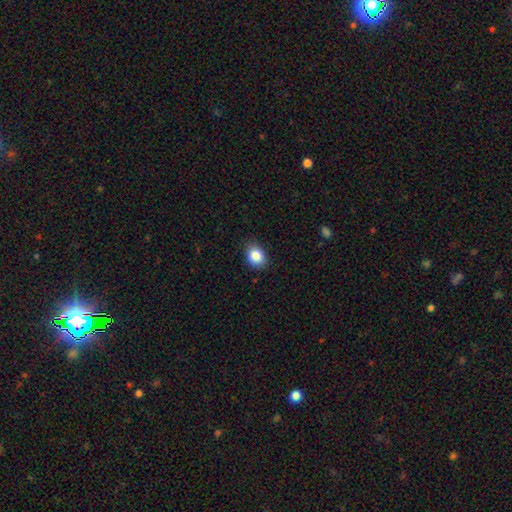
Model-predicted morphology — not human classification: The model was most divided on "how rounded": in between: 51%, round: 48%, cigar-shaped: 1%. More confident: smooth or featured — smooth (86%); merging — none (84%).